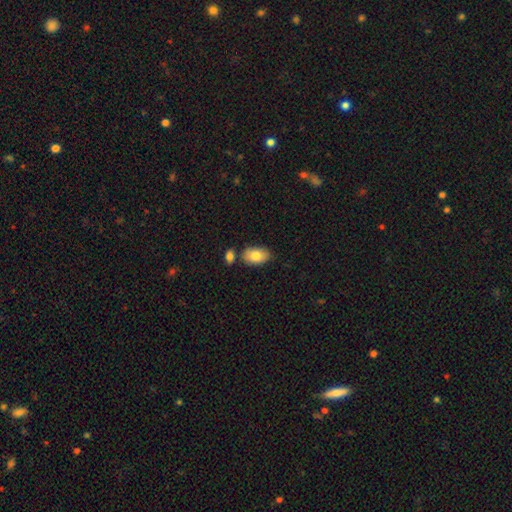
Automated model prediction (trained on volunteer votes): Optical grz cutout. It shows a smooth galaxy with no disk features (82%) that is in between round and cigar-shaped (90%). Merging: none (73%).